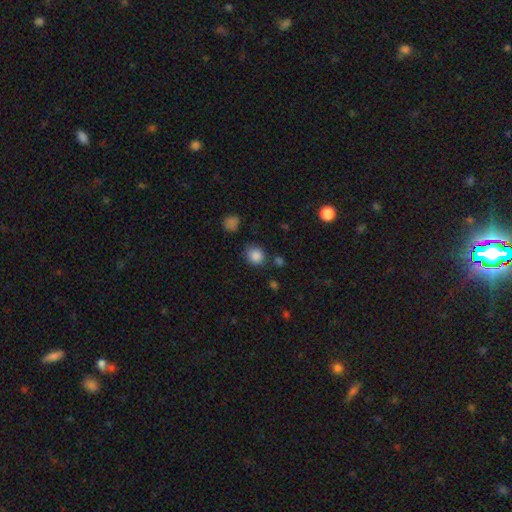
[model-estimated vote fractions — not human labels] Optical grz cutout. It shows a smooth galaxy with no disk features (85%) that is round (81%). Merging: none (77%).